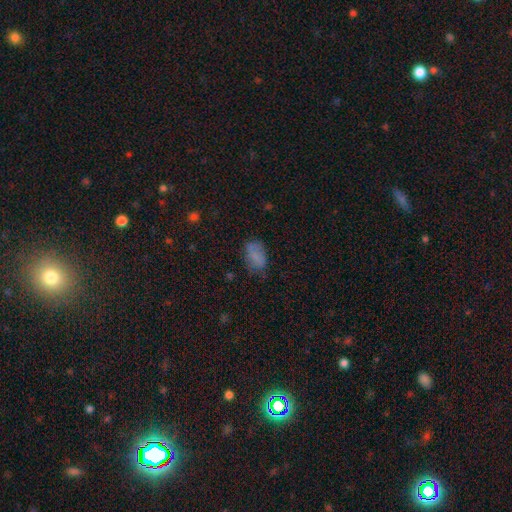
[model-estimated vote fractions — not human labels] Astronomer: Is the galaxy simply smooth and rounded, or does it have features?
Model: smooth — 74%.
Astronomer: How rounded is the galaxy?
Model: in between — 89%.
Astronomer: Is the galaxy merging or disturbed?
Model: none — 59%.